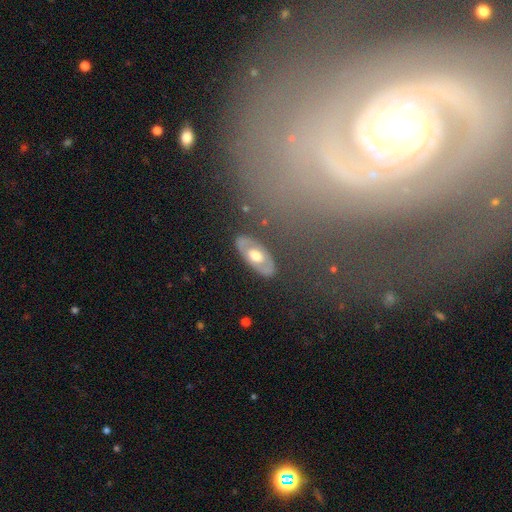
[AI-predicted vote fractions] This is possibly a featured or disk galaxy (58%). It is clearly not viewed edge-on (84%). Merging: clearly none (82%).